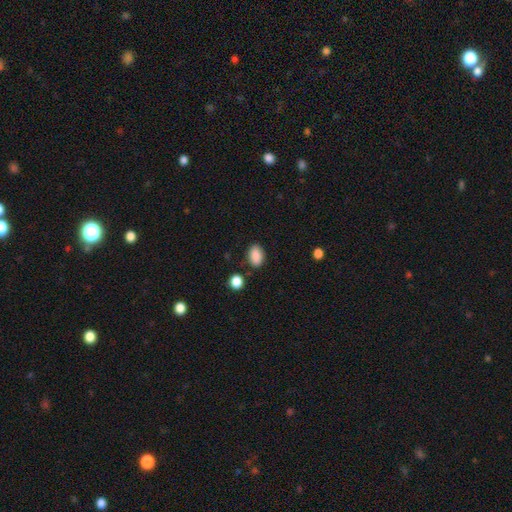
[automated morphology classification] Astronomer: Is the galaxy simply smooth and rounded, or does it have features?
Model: smooth — 88%.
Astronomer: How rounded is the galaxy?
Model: in between — 87%.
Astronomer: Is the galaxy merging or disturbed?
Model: none — 82%.